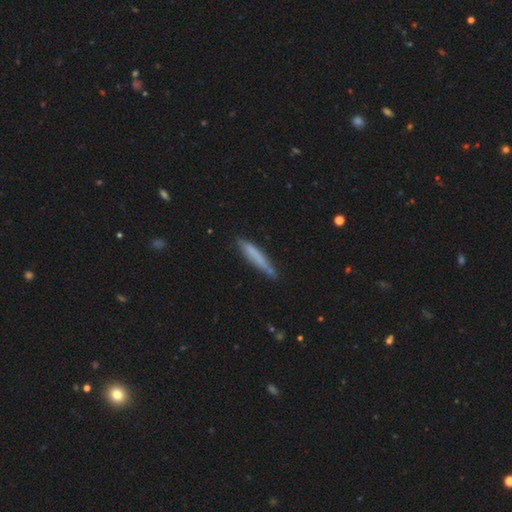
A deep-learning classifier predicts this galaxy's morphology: Smooth or featured? Predicted: smooth (p=0.70). How rounded? Predicted: cigar-shaped (p=0.93). Merging? Predicted: none (p=0.76).